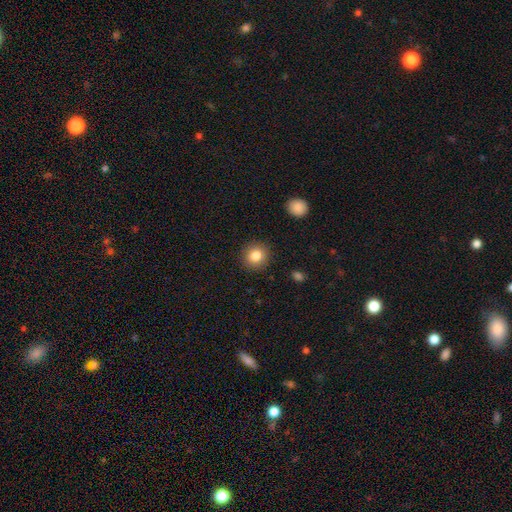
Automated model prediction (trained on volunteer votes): Morphology: type=smooth (83%); roundness=round (91%); merging=none (91%).